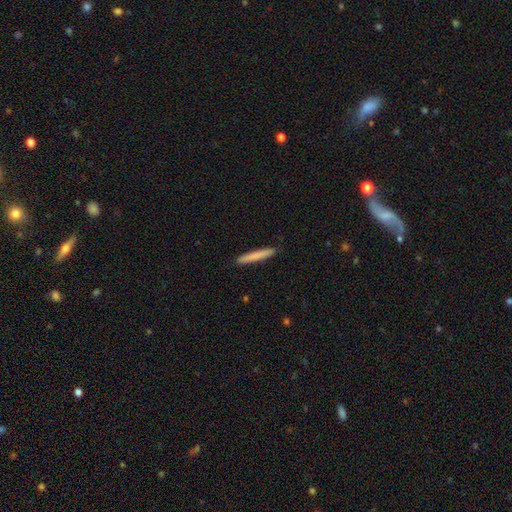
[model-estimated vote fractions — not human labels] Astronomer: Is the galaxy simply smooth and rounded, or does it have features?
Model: smooth — 79%.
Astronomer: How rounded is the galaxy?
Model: cigar-shaped — 96%.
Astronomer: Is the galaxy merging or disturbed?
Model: none — 91%.